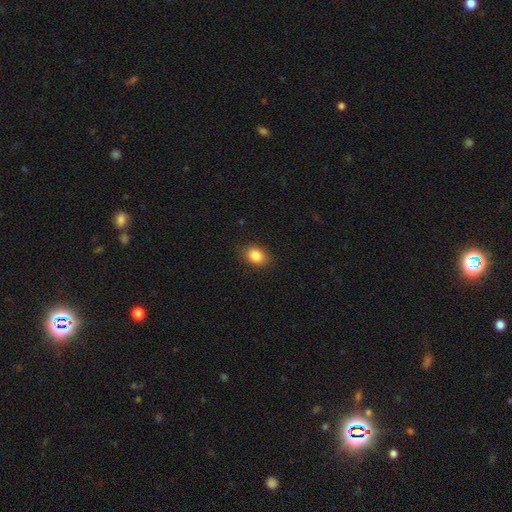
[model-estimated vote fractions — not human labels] This appears to be a smooth galaxy with no disk features (86%) that is in between round and cigar-shaped (64%). Merging: none (87%).